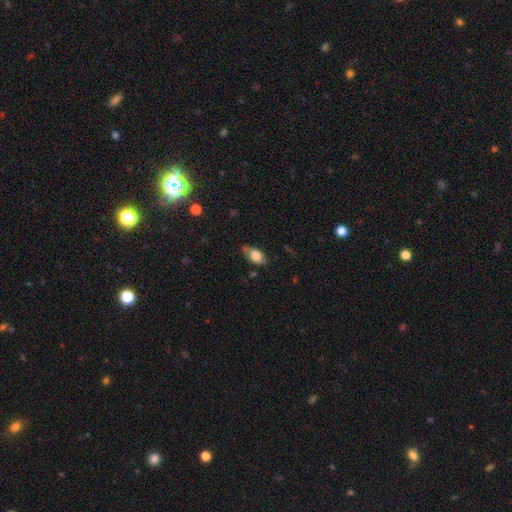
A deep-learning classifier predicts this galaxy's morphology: A smooth galaxy with no disk features (75%) that is in between round and cigar-shaped (87%).

Vote fractions:
- Smooth or featured? smooth: 75% / featured or disk: 17% / star or artifact: 8%
- How rounded? in between: 87% / round: 8% / cigar-shaped: 5%
- Merging? none: 57% / minor disturbance: 32% / major disturbance: 8% / merger: 4%